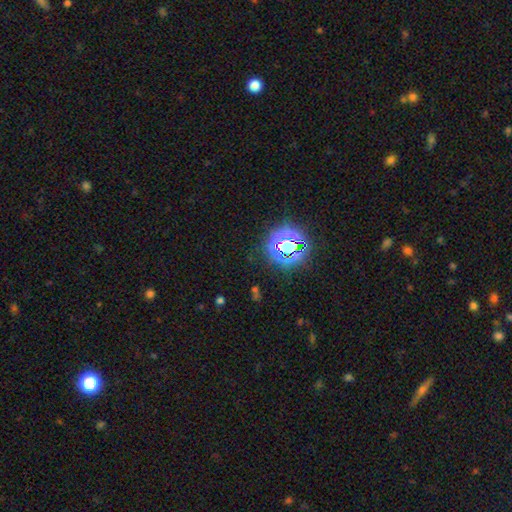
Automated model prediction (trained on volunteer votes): Smooth or featured? star or artifact (77%)